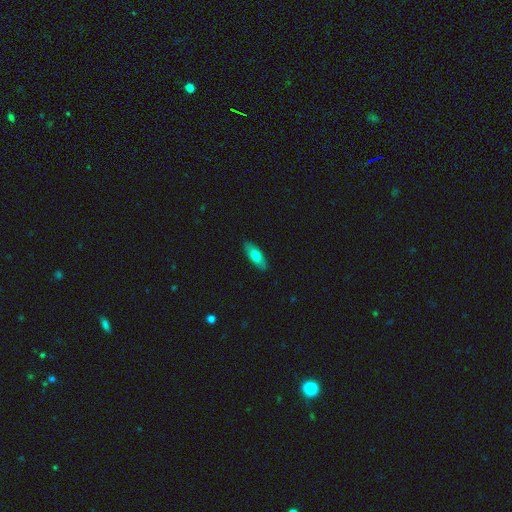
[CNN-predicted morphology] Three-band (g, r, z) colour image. It shows a smooth galaxy with no disk features (72%) that is in between round and cigar-shaped (75%). Merging: none (88%).